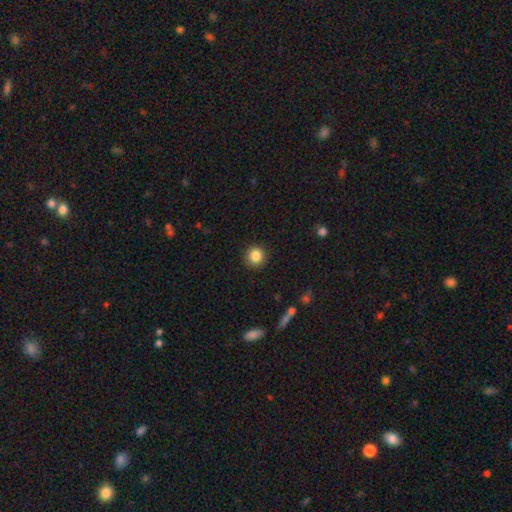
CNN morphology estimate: Q: Smooth or featured?
A: smooth (85%); runner-up: star or artifact (10%)
Q: How rounded?
A: round (94%); runner-up: in between (5%)
Q: Merging?
A: none (92%); runner-up: minor disturbance (5%)